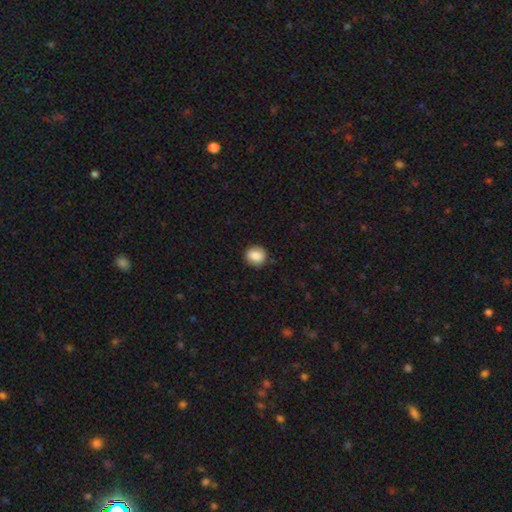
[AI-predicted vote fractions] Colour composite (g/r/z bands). It shows a smooth galaxy with no disk features (87%) that is round (74%). Merging: none (86%).